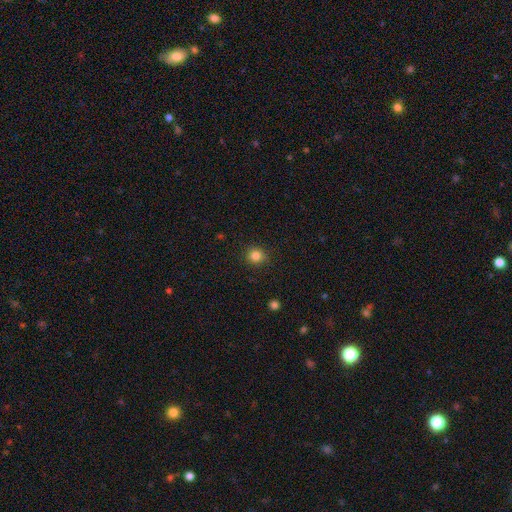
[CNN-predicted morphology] This is clearly a smooth galaxy (84%). How rounded: clearly round (88%). Merging: clearly none (88%).